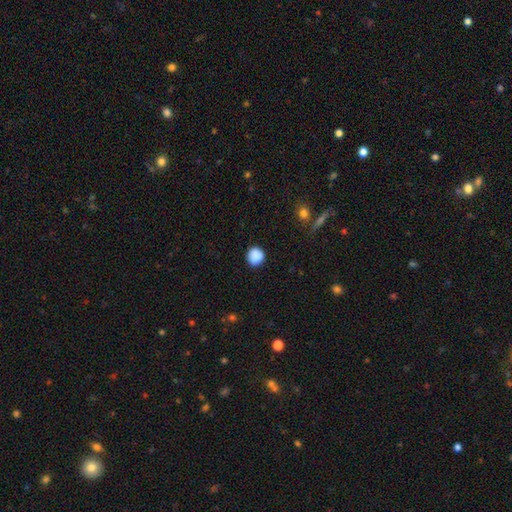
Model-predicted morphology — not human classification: smooth-or-featured: smooth: 88% | star or artifact: 9% | featured or disk: 3%
  how-rounded: round: 90% | in between: 9% | cigar-shaped: 1%
  merging: none: 87% | minor disturbance: 9% | major disturbance: 2% | merger: 1%